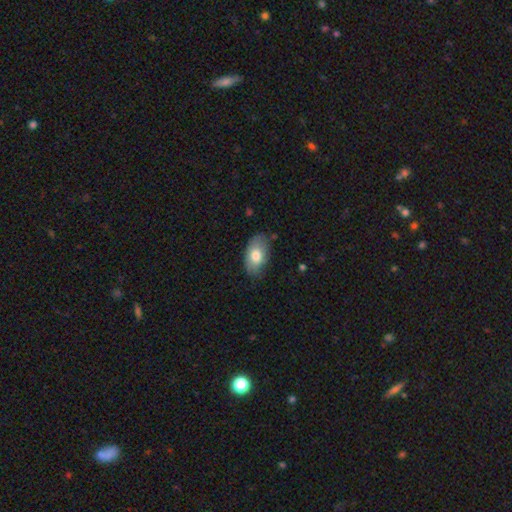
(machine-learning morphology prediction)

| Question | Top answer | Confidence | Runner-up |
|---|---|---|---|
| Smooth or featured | smooth | 77% | featured or disk (16%) |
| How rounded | in between | 93% | round (5%) |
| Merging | none | 74% | minor disturbance (21%) |